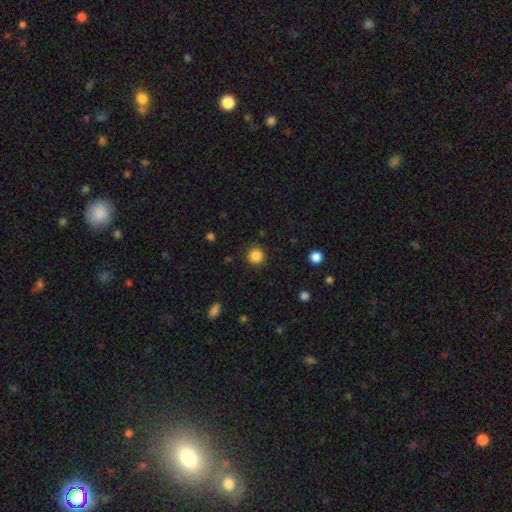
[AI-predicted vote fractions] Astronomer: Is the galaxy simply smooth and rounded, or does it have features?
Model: smooth — 86%.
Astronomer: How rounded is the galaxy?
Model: round — 94%.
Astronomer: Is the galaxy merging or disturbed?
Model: none — 90%.